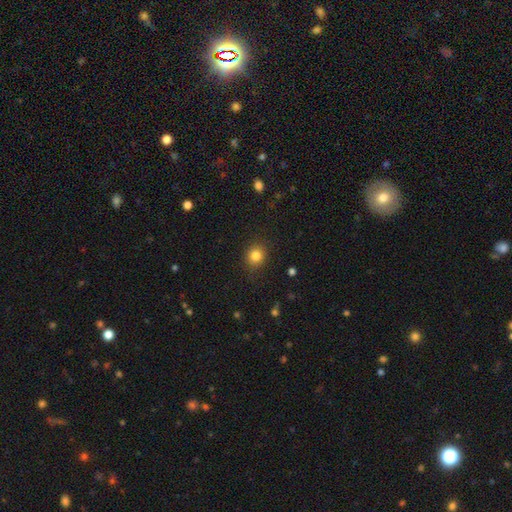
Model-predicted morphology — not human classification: This is clearly a smooth galaxy (83%). How rounded: clearly round (80%). Merging: clearly none (86%).